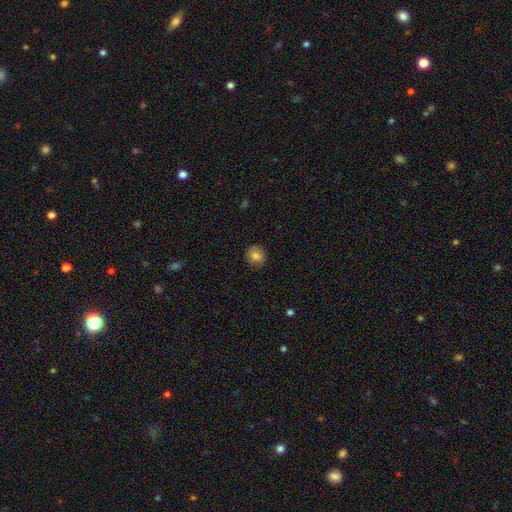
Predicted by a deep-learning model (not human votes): Overall: smooth (81%). How rounded: round (81%). Merging: none (86%).